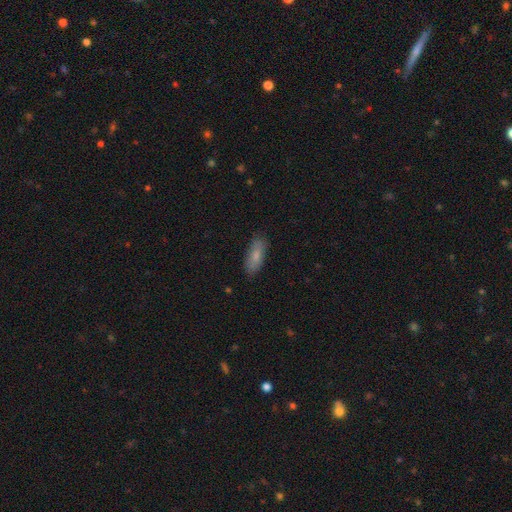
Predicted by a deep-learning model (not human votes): smooth-or-featured: smooth: 80% | featured or disk: 14% | star or artifact: 6%
  how-rounded: in between: 69% | cigar-shaped: 29% | round: 2%
  merging: none: 82% | minor disturbance: 14% | major disturbance: 3% | merger: 1%